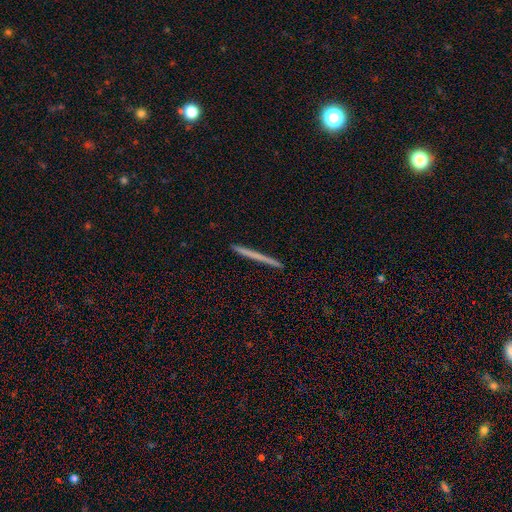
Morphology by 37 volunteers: Q: Smooth or featured?
A: smooth (59%); runner-up: featured or disk (41%)
Q: How rounded?
A: cigar-shaped (95%); runner-up: in between (5%)
Q: Merging?
A: none (95%); runner-up: minor disturbance (5%)